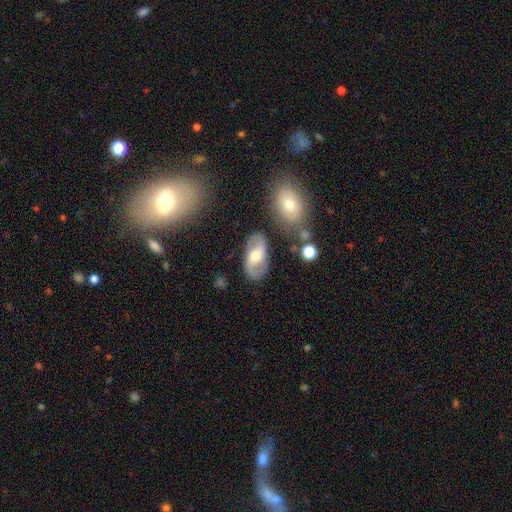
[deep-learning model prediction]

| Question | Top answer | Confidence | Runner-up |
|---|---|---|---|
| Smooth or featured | featured or disk | 71% | smooth (23%) |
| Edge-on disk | no | 95% | yes (5%) |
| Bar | no | 42% | weak (41%) |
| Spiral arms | yes | 87% | no (13%) |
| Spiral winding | loose | 45% | medium (40%) |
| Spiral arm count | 2 | 90% | can't tell (5%) |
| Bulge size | moderate | 68% | small (22%) |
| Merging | none | 77% | minor disturbance (14%) |